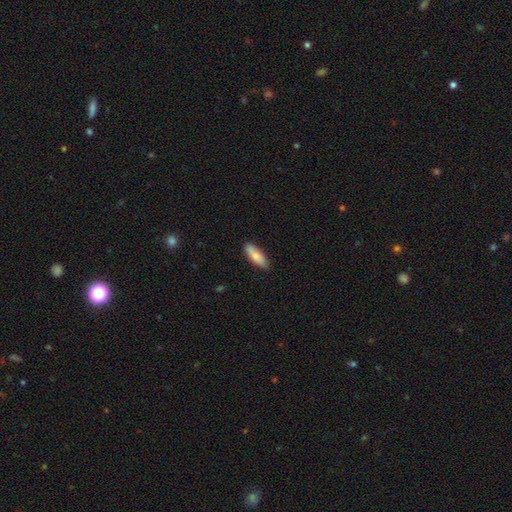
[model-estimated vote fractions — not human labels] smooth-or-featured: smooth: 77% | featured or disk: 17% | star or artifact: 6%
  how-rounded: in between: 56% | cigar-shaped: 42% | round: 2%
  merging: none: 85% | minor disturbance: 12% | major disturbance: 2% | merger: 1%